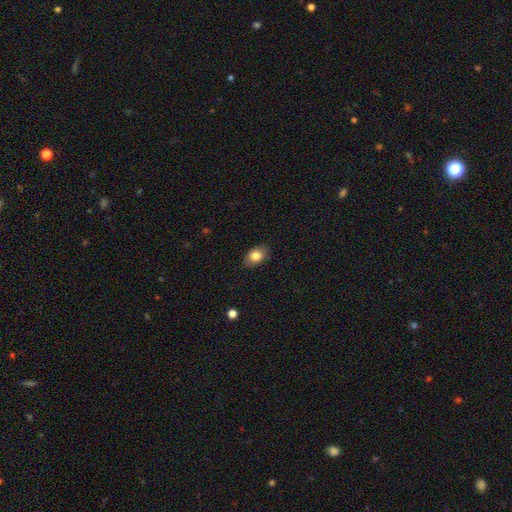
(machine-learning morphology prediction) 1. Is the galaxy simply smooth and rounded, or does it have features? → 82% smooth, 10% featured or disk, 8% star or artifact.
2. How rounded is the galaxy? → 80% in between, 18% round, 2% cigar-shaped.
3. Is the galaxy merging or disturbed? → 83% none, 13% minor disturbance, 3% major disturbance, 1% merger.